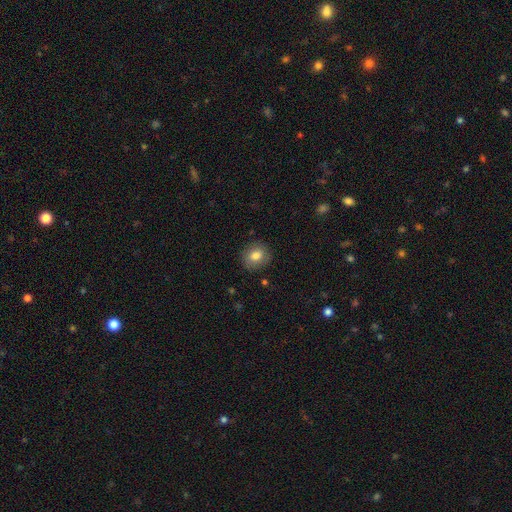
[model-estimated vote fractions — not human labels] Q: Smooth or featured?
A: smooth (80%); runner-up: featured or disk (10%)
Q: How rounded?
A: round (71%); runner-up: in between (28%)
Q: Merging?
A: none (87%); runner-up: minor disturbance (9%)